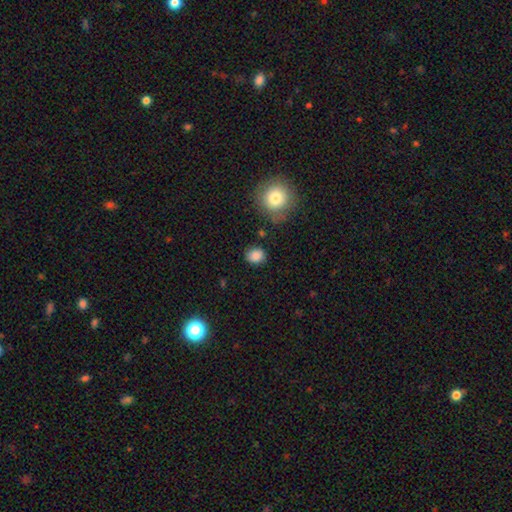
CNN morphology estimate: smooth-or-featured: smooth: 86% | star or artifact: 10% | featured or disk: 4%
  how-rounded: round: 71% | in between: 28% | cigar-shaped: 1%
  merging: none: 81% | minor disturbance: 13% | major disturbance: 4% | merger: 3%